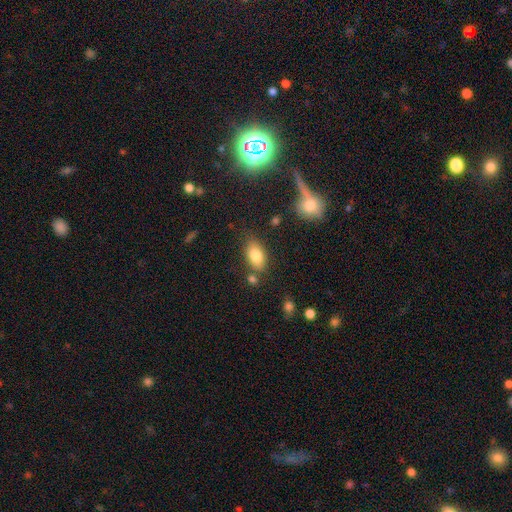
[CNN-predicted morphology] Smooth or featured?
  - smooth: 82% *
  - featured or disk: 10%
  - star or artifact: 8%
How rounded?
  - in between: 91% *
  - round: 6%
  - cigar-shaped: 4%
Merging?
  - none: 74% *
  - minor disturbance: 15%
  - merger: 8%
  - major disturbance: 4%